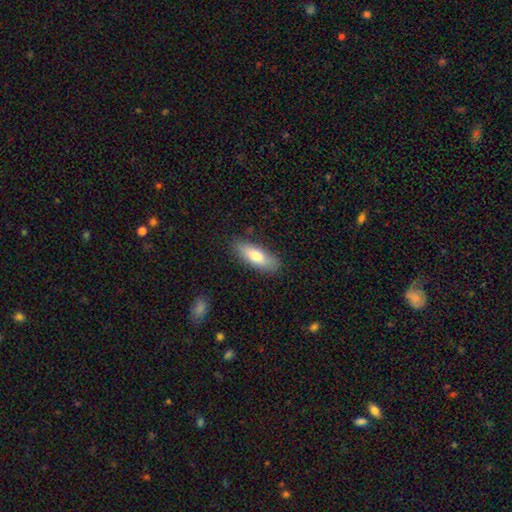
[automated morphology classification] Smooth or featured? smooth (75%)
How rounded? in between (64%)
Merging? none (85%)